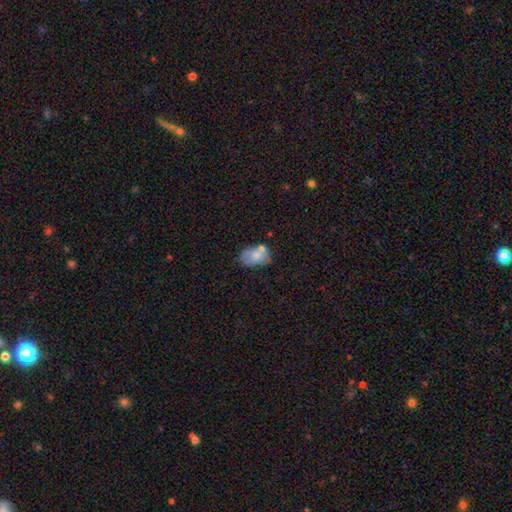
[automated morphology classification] This appears to be a smooth galaxy with no disk features (68%) that is in between round and cigar-shaped (84%). Merging: none (44%).